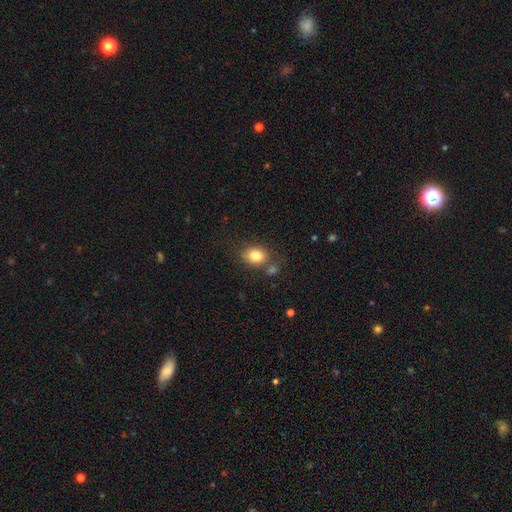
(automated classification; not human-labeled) Smooth or featured: smooth — 82% (star or artifact — 10%)
How rounded: in between — 53% (round — 46%)
Merging: none — 69% (minor disturbance — 15%)